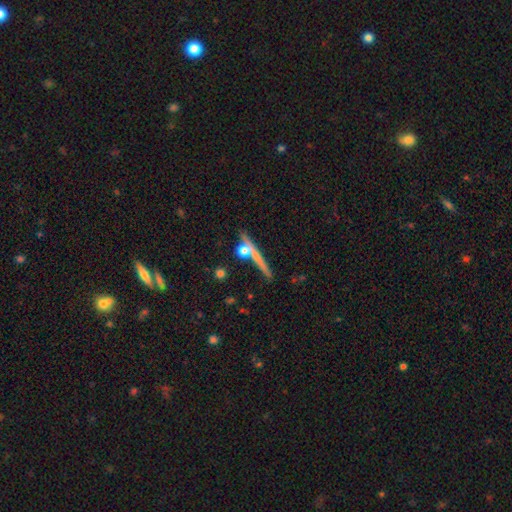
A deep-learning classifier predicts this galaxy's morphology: A featured or disk galaxy (47%). Merging: none (67%).